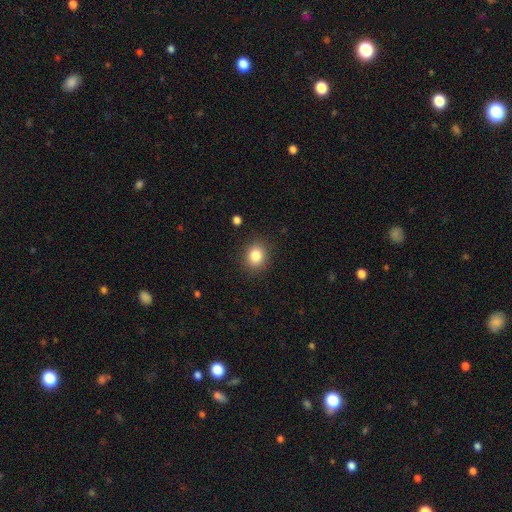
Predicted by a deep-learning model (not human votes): Smooth or featured? smooth (84%)
How rounded? round (69%)
Merging? none (89%)